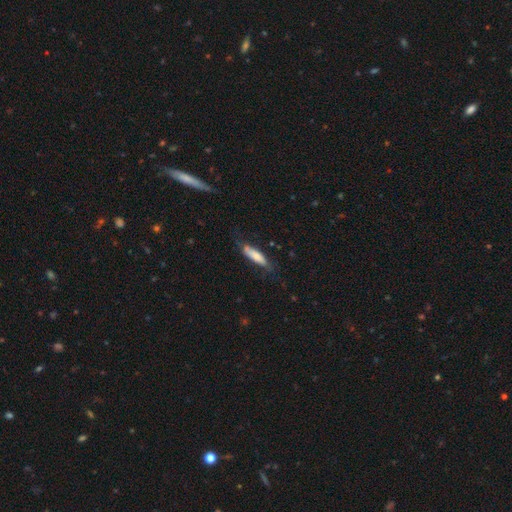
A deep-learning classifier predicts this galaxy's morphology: smooth 70%, featured or disk 24%, star or artifact 6%. Down the decision tree: how rounded — cigar-shaped (63%); merging — none (64%).